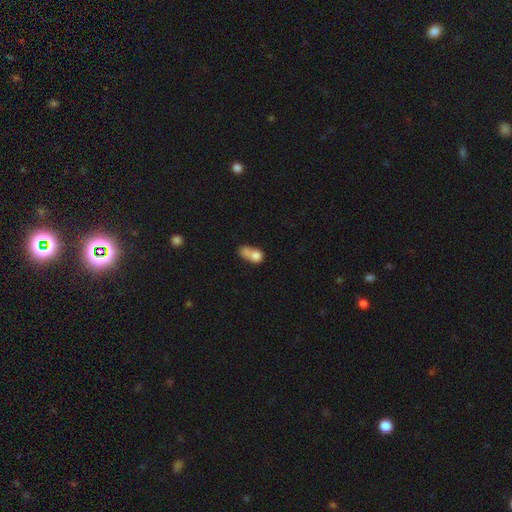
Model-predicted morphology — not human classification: smooth-or-featured: smooth: 73% | featured or disk: 17% | star or artifact: 10%
  how-rounded: in between: 56% | round: 40% | cigar-shaped: 4%
  merging: merger: 57% | none: 18% | minor disturbance: 13% | major disturbance: 12%